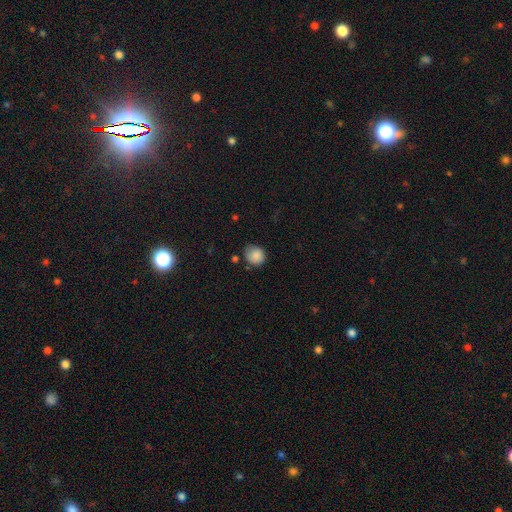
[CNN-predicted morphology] smooth_or_featured: smooth (p=0.86) [alt: star or artifact p=0.08]
how_rounded: round (p=0.76) [alt: in between p=0.23]
merging: none (p=0.63) [alt: minor disturbance p=0.28]